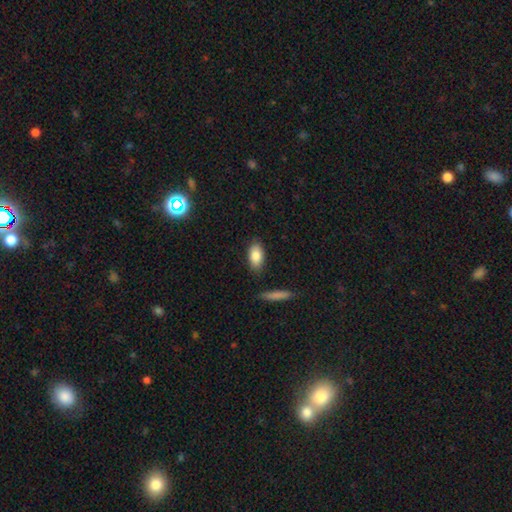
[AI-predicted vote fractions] Q: Smooth or featured?
A: smooth (84%); runner-up: featured or disk (10%)
Q: How rounded?
A: in between (90%); runner-up: cigar-shaped (6%)
Q: Merging?
A: none (84%); runner-up: minor disturbance (11%)